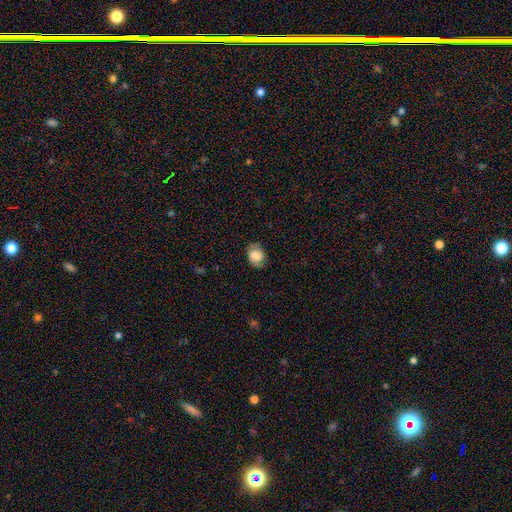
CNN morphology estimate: Smooth or featured? smooth (72%)
How rounded? in between (64%)
Merging? none (72%)